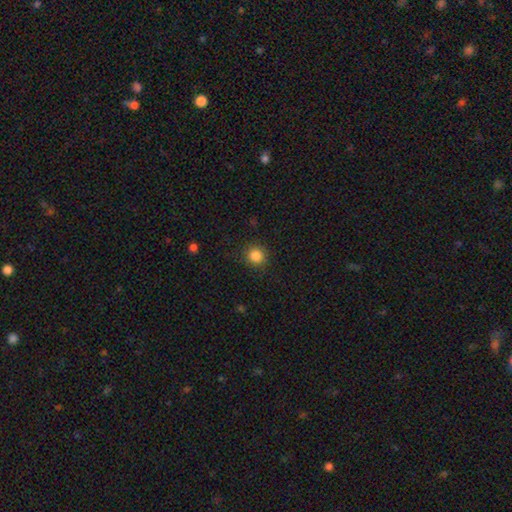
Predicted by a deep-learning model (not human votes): A smooth galaxy with no disk features (85%) that is round (92%). Merging: none (89%).